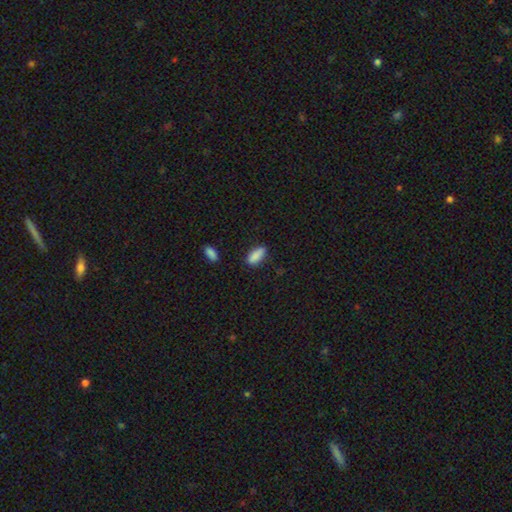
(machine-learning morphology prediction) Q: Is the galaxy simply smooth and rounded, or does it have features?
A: smooth — 88%.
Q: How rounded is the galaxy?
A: in between — 79%.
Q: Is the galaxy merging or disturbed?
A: none — 77%.